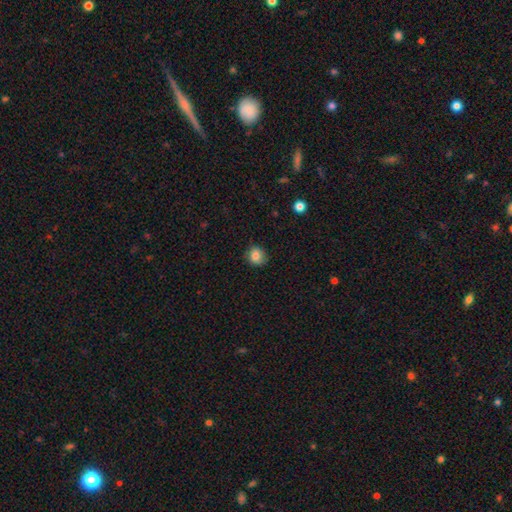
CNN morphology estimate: The model was most divided on "how rounded": round: 75%, in between: 24%, cigar-shaped: 1%. More confident: smooth or featured — smooth (84%); merging — none (80%).